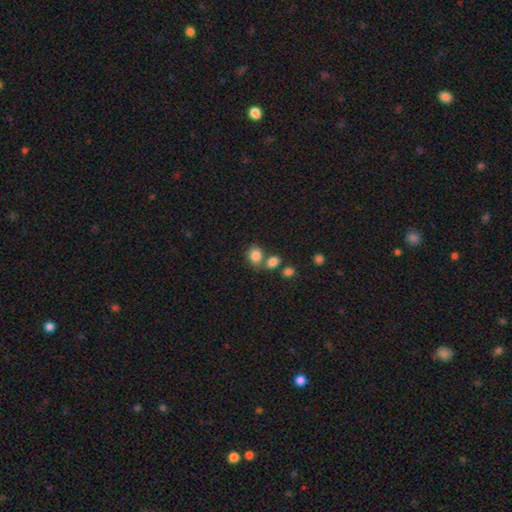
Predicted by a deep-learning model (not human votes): smooth-or-featured: smooth: 83% | star or artifact: 10% | featured or disk: 6%
  how-rounded: round: 52% | in between: 47% | cigar-shaped: 1%
  merging: none: 54% | merger: 31% | minor disturbance: 11% | major disturbance: 4%